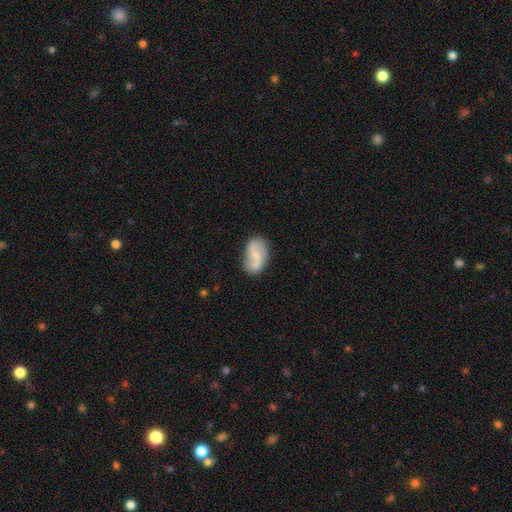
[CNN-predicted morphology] Smooth or featured? Predicted: featured or disk (p=0.57). Edge-on disk? Predicted: no (p=0.96). Bar? Predicted: no (p=0.44). Spiral arms? Predicted: yes (p=0.76). Bulge size? Predicted: small (p=0.49). Merging? Predicted: none (p=0.69).